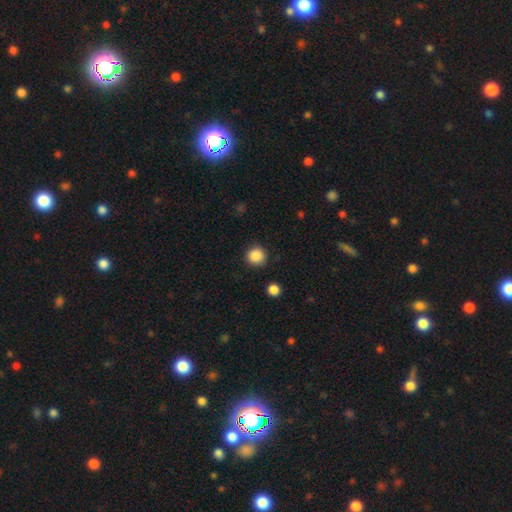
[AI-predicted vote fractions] Q: Smooth or featured?
A: smooth (87%); runner-up: star or artifact (10%)
Q: How rounded?
A: round (94%); runner-up: in between (5%)
Q: Merging?
A: none (90%); runner-up: minor disturbance (6%)